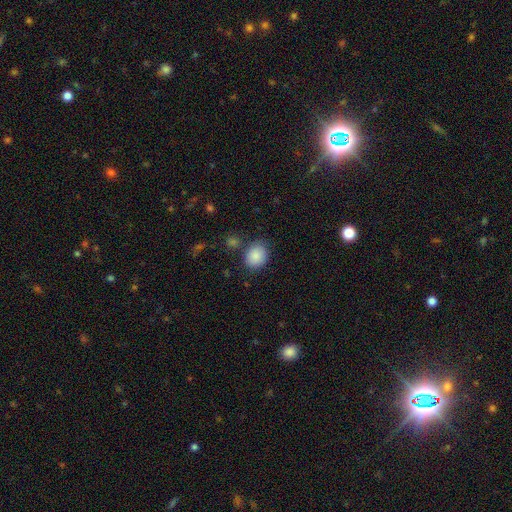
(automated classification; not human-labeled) A smooth galaxy with no disk features (88%) that is in between round and cigar-shaped (53%).

Vote fractions:
- Smooth or featured? smooth: 88% / star or artifact: 8% / featured or disk: 4%
- How rounded? in between: 53% / round: 46% / cigar-shaped: 1%
- Merging? none: 76% / minor disturbance: 14% / merger: 6% / major disturbance: 4%